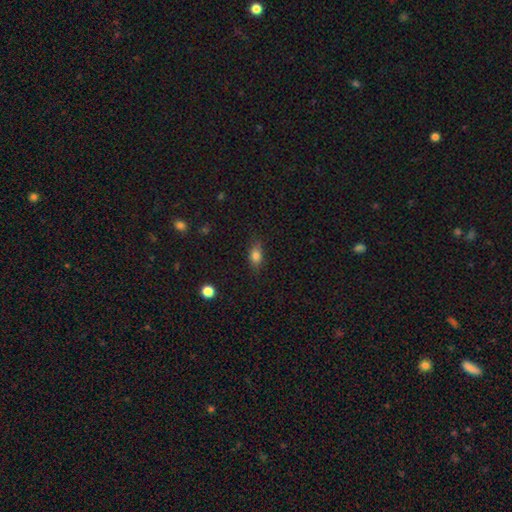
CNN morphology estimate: Smooth or featured? Predicted: smooth (p=0.80). How rounded? Predicted: in between (p=0.79). Merging? Predicted: none (p=0.79).